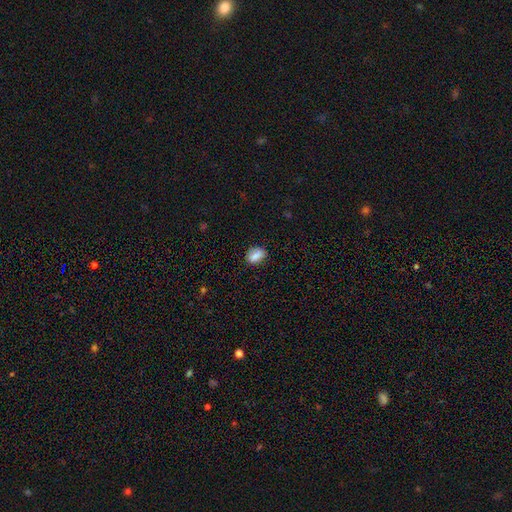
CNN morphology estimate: Smooth or featured? smooth (81%)
How rounded? in between (70%)
Merging? none (78%)